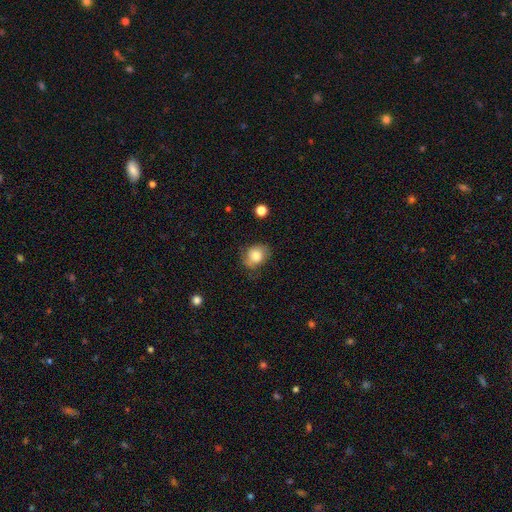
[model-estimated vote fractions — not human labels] smooth_or_featured: smooth (p=0.75) [alt: featured or disk p=0.16]
how_rounded: round (p=0.58) [alt: in between p=0.41]
merging: none (p=0.59) [alt: minor disturbance p=0.29]